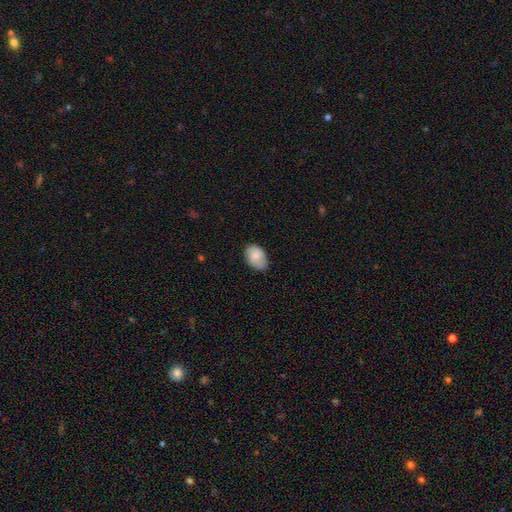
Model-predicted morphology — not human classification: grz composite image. It shows a smooth galaxy with no disk features (78%) that is in between round and cigar-shaped (84%). Merging: none (75%).